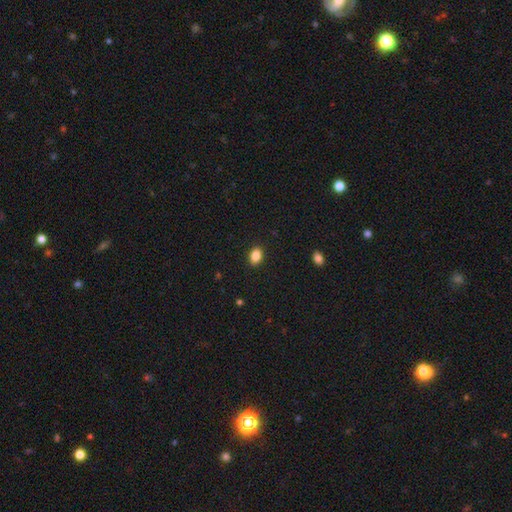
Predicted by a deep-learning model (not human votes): smooth-or-featured: smooth: 86% | star or artifact: 9% | featured or disk: 5%
  how-rounded: in between: 79% | round: 20% | cigar-shaped: 1%
  merging: none: 90% | minor disturbance: 7% | major disturbance: 2% | merger: 1%